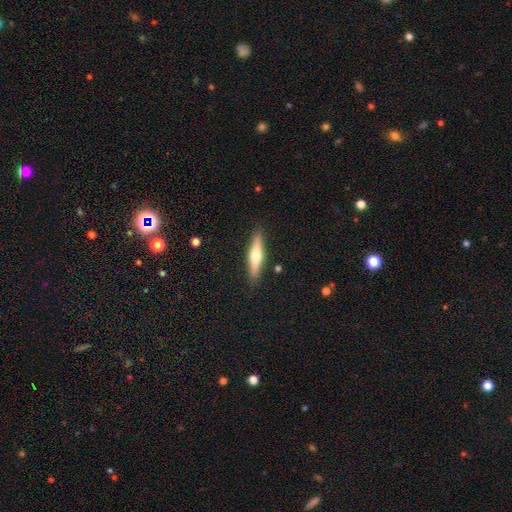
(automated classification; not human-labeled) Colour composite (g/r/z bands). It shows a smooth galaxy with no disk features (49%). Merging: none (88%).